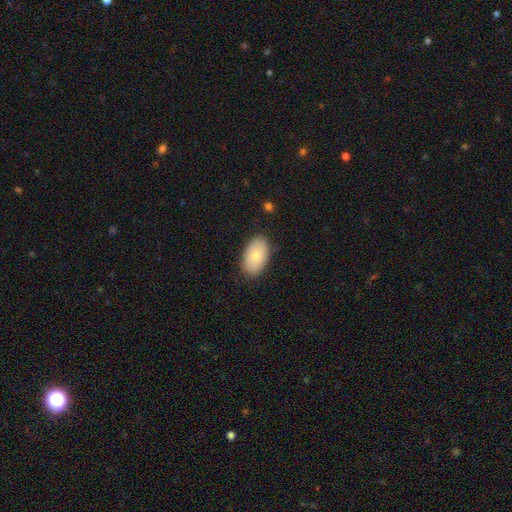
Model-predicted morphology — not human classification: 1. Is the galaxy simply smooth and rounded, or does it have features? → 78% smooth, 15% featured or disk, 6% star or artifact.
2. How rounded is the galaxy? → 93% in between, 6% round, 1% cigar-shaped.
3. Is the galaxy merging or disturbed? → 85% none, 12% minor disturbance, 2% major disturbance, 1% merger.